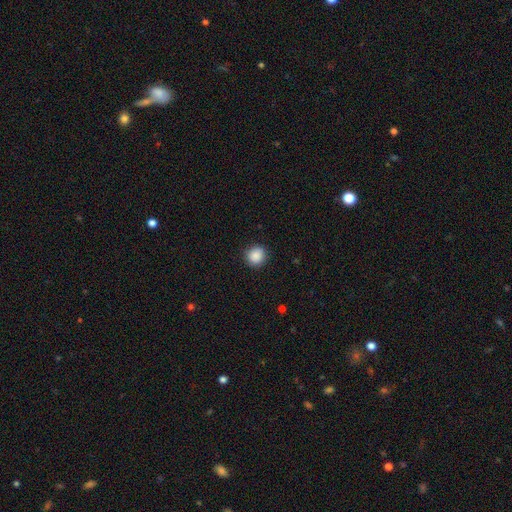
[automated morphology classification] This appears to be a smooth galaxy with no disk features (88%) that is round (91%). Merging: none (89%).